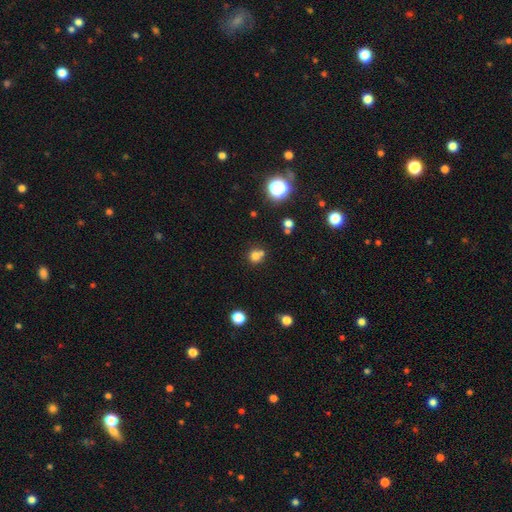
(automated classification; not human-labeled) Smooth or featured?
  - smooth: 74% *
  - star or artifact: 17%
  - featured or disk: 9%
How rounded?
  - round: 86% *
  - in between: 13%
  - cigar-shaped: 1%
Merging?
  - none: 54% *
  - merger: 33%
  - minor disturbance: 9%
  - major disturbance: 4%